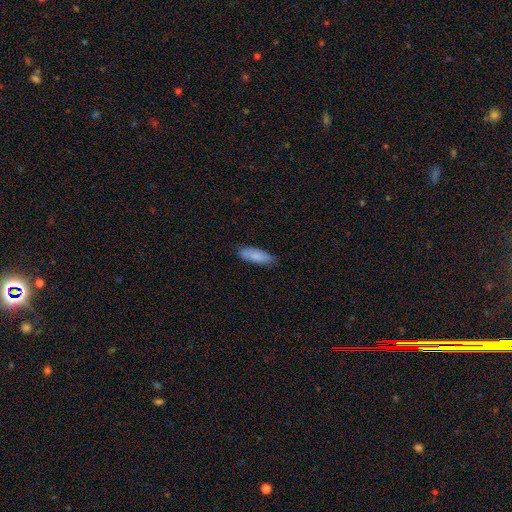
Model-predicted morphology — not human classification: This is clearly a smooth galaxy (82%). How rounded: likely in between (65%). Merging: likely none (80%).